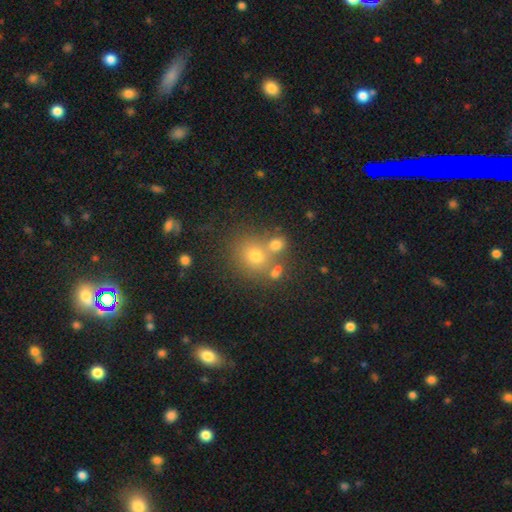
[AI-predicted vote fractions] smooth-or-featured: smooth: 67% | star or artifact: 19% | featured or disk: 14%
  how-rounded: round: 81% | in between: 18% | cigar-shaped: 1%
  merging: none: 60% | merger: 26% | minor disturbance: 10% | major disturbance: 4%